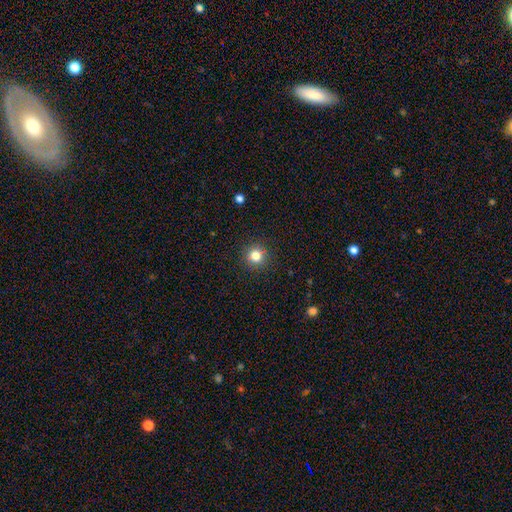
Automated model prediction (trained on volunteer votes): smooth_or_featured: smooth (p=0.81) [alt: star or artifact p=0.13]
how_rounded: round (p=0.92) [alt: in between p=0.07]
merging: none (p=0.90) [alt: minor disturbance p=0.06]